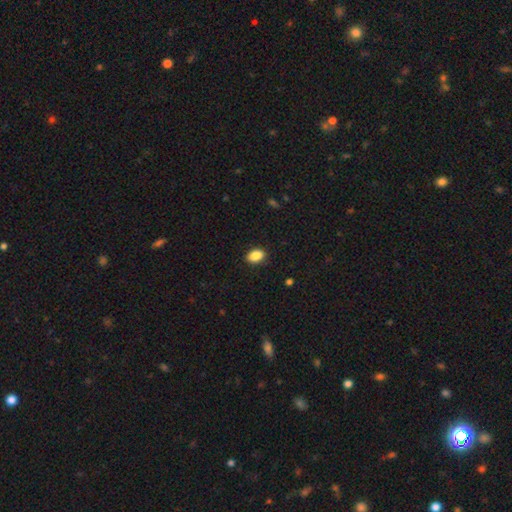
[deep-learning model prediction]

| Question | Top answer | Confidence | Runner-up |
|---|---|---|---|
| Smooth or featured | smooth | 88% | star or artifact (8%) |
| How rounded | in between | 86% | round (12%) |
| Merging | none | 89% | minor disturbance (8%) |